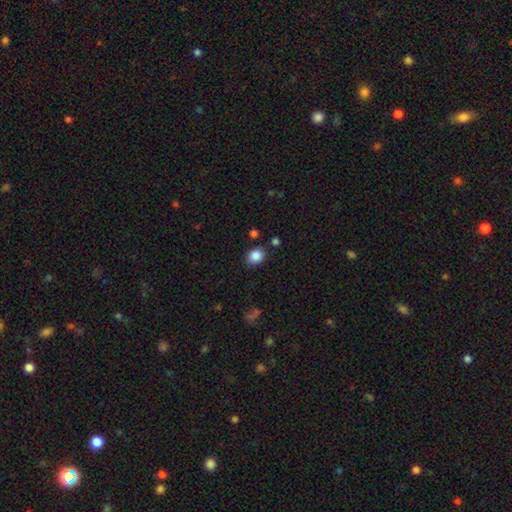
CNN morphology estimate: Smooth or featured: smooth — 87% (star or artifact — 9%)
How rounded: round — 55% (in between — 44%)
Merging: none — 82% (minor disturbance — 11%)